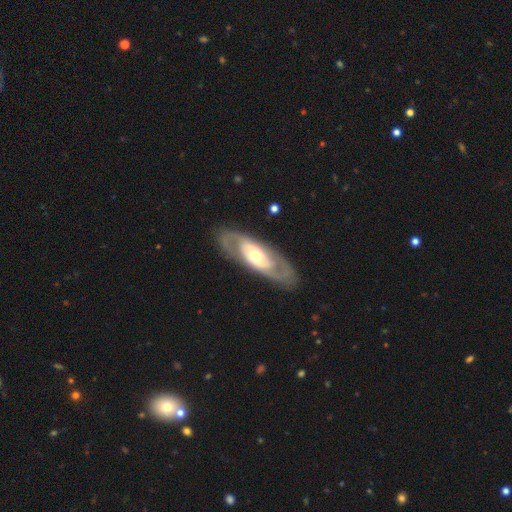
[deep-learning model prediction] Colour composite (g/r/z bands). It shows a featured or disk galaxy (75%) with no bar (70%), spiral arms (62%) and a moderate central bulge (67%). Merging: none (83%).